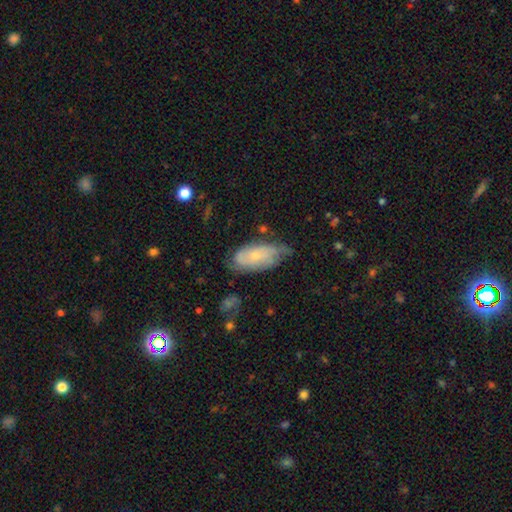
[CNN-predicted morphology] A featured or disk galaxy (50%). Merging: none (51%).